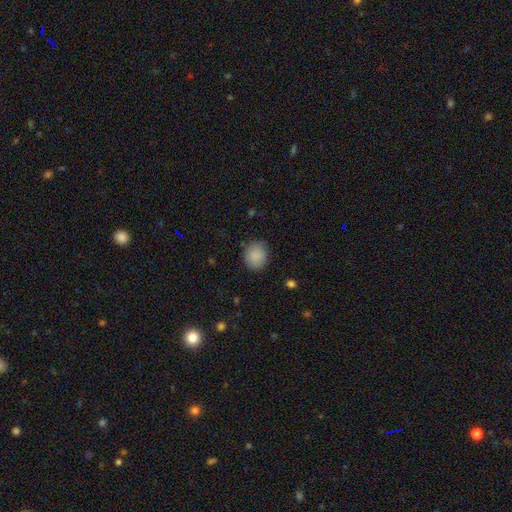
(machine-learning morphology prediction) type=smooth (87%); roundness=round (73%); merging=none (84%).